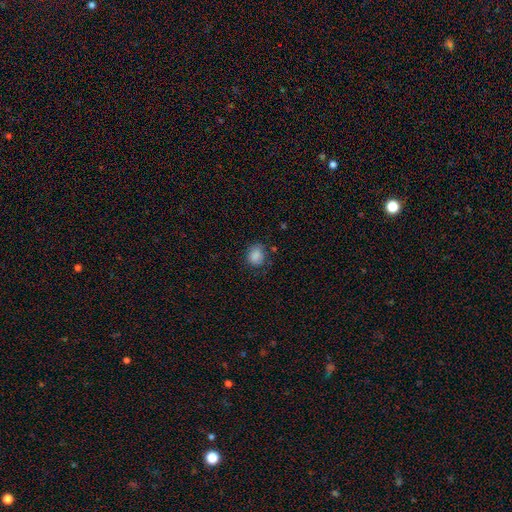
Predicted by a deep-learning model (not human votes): This appears to be a smooth galaxy with no disk features (85%) that is round (62%). Merging: none (72%).